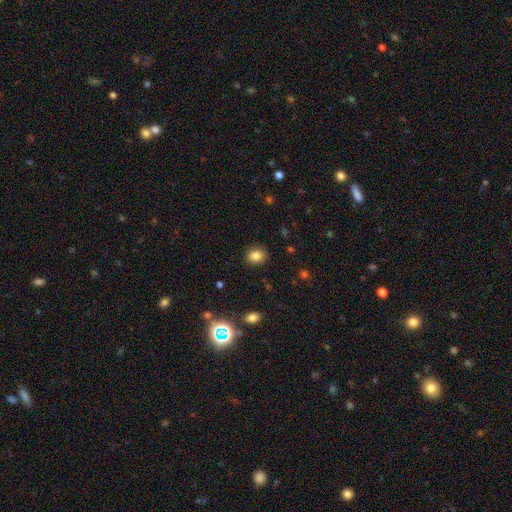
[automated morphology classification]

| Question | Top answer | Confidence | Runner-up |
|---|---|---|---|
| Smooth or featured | smooth | 83% | star or artifact (12%) |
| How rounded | round | 69% | in between (30%) |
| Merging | none | 89% | minor disturbance (8%) |